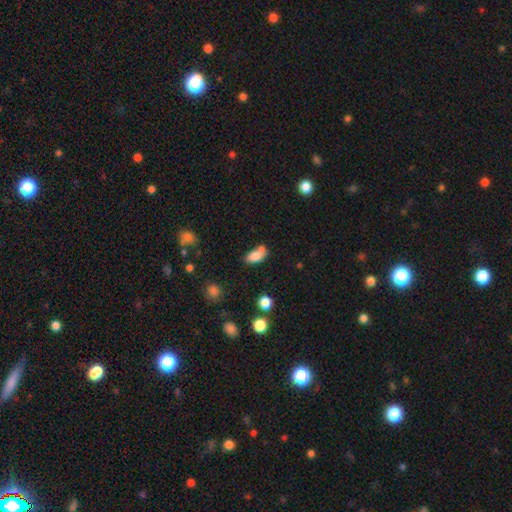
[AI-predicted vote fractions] Overall: smooth (78%). How rounded: in between (87%). Merging: none (39%; merger 38%).